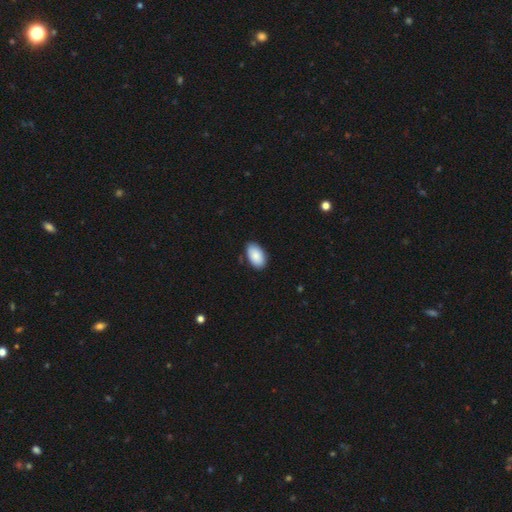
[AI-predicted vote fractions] smooth-or-featured: smooth: 88% | star or artifact: 6% | featured or disk: 6%
  how-rounded: in between: 95% | round: 4% | cigar-shaped: 1%
  merging: none: 84% | minor disturbance: 13% | major disturbance: 2% | merger: 1%